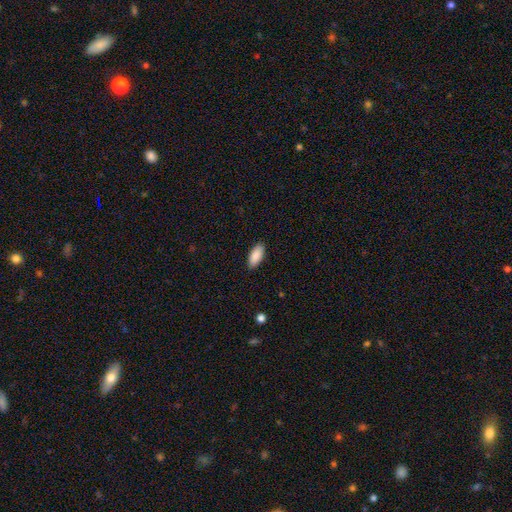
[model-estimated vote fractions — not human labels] Overall: smooth (89%). How rounded: in between (87%). Merging: none (89%).